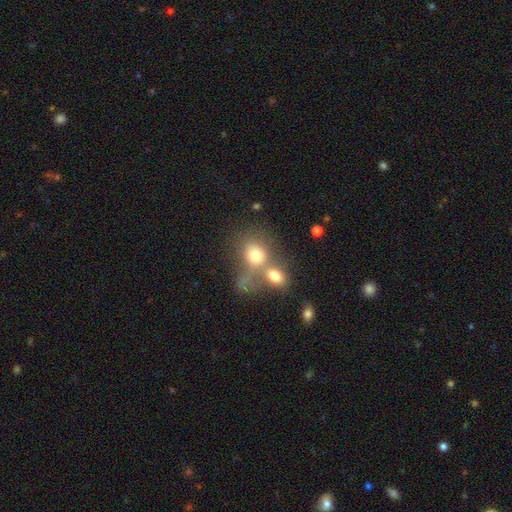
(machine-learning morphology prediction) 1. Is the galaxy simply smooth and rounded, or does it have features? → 72% smooth, 16% featured or disk, 12% star or artifact.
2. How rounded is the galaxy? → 56% round, 43% in between, 2% cigar-shaped.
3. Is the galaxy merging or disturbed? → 61% merger, 20% none, 11% major disturbance, 8% minor disturbance.